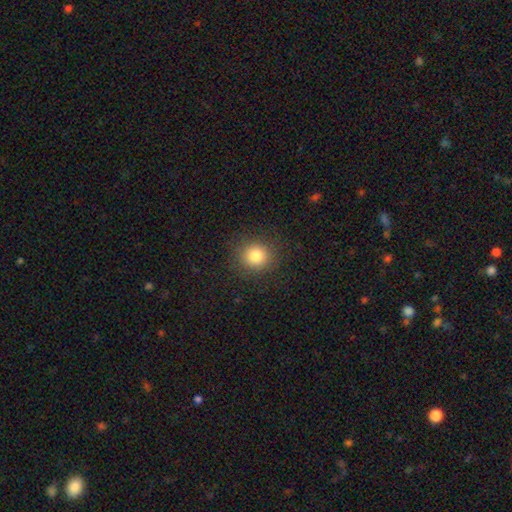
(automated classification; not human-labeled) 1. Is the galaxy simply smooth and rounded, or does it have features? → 82% smooth, 12% star or artifact, 6% featured or disk.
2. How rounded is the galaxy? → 89% round, 10% in between, 1% cigar-shaped.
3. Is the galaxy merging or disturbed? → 88% none, 8% minor disturbance, 3% major disturbance, 1% merger.